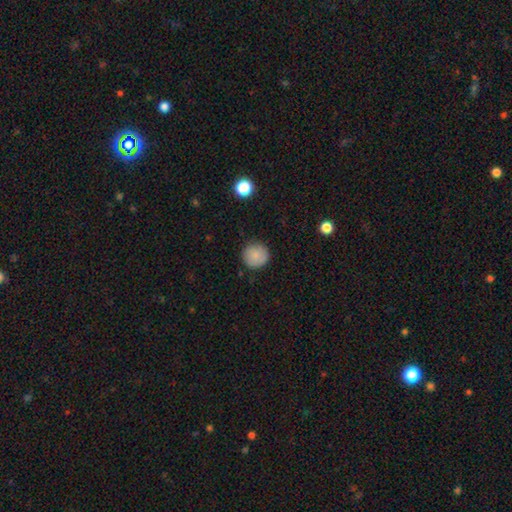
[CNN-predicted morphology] Smooth or featured? smooth (85%)
How rounded? round (95%)
Merging? none (88%)